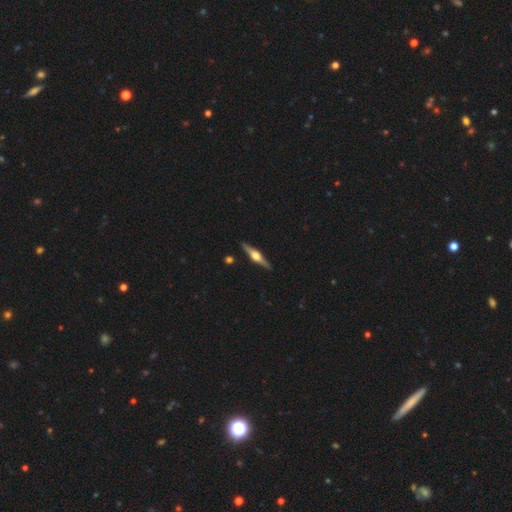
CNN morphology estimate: Q: Smooth or featured?
A: featured or disk (79%); runner-up: smooth (17%)
Q: Edge-on disk?
A: yes (98%); runner-up: no (2%)
Q: Edge-on bulge?
A: rounded (93%); runner-up: boxy (5%)
Q: Merging?
A: none (90%); runner-up: minor disturbance (7%)